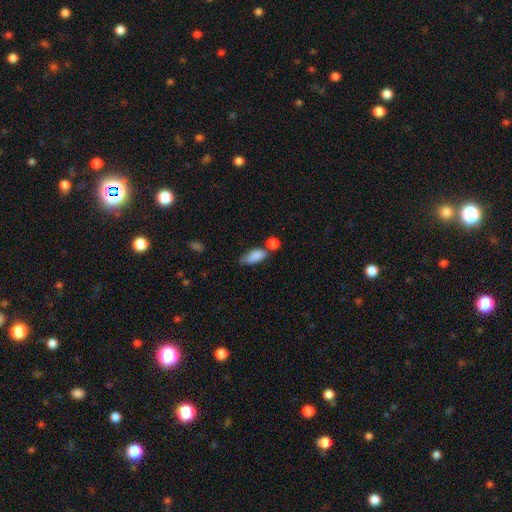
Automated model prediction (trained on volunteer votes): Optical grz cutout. It shows a smooth galaxy with no disk features (84%) that is in between round and cigar-shaped (80%). Merging: none (39%).